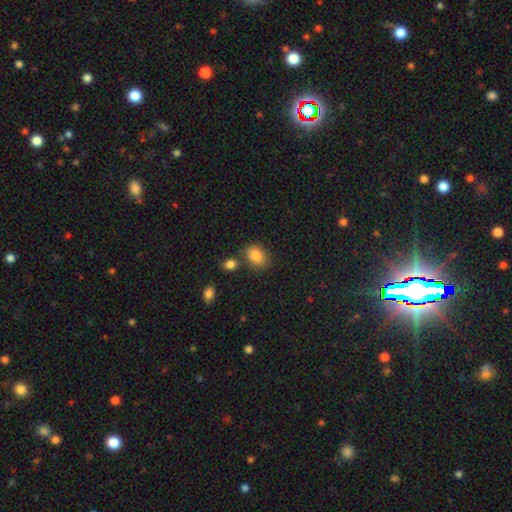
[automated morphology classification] smooth-or-featured: smooth: 85% | star or artifact: 9% | featured or disk: 6%
  how-rounded: in between: 75% | round: 24% | cigar-shaped: 1%
  merging: none: 72% | minor disturbance: 14% | merger: 10% | major disturbance: 4%